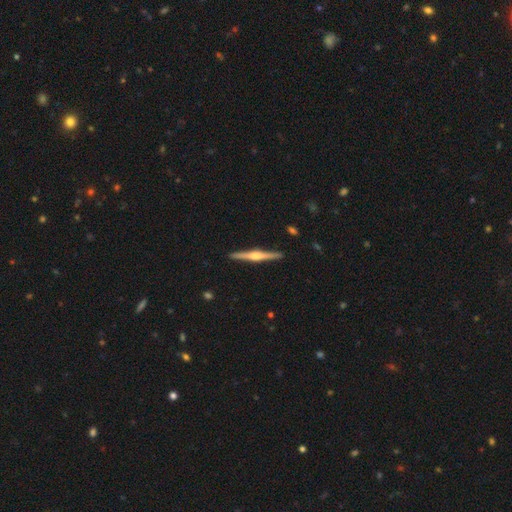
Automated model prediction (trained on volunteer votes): A featured or disk galaxy (77%) viewed edge-on (98%) with a rounded central bulge (80%). Merging: none (92%).